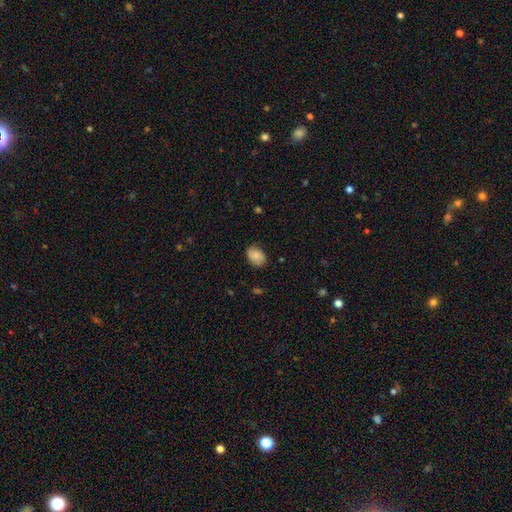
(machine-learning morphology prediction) Smooth or featured: smooth — 81% (featured or disk — 11%)
How rounded: in between — 72% (round — 27%)
Merging: none — 76% (minor disturbance — 19%)